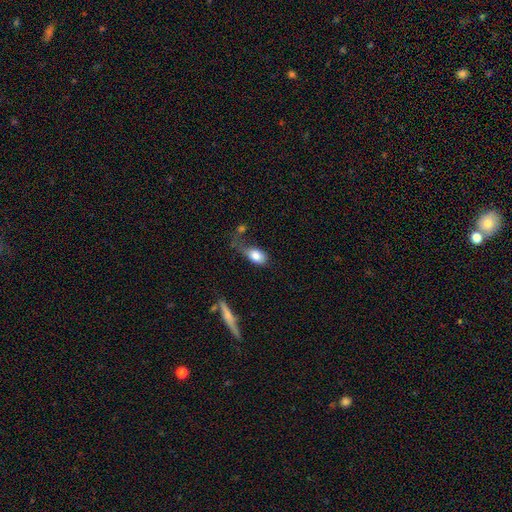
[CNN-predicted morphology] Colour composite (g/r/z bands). It shows a smooth galaxy with no disk features (80%) that is in between round and cigar-shaped (85%). Merging: major disturbance (33%).